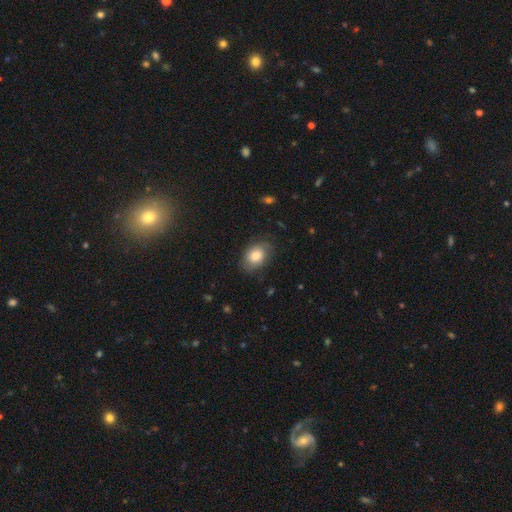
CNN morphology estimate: Smooth or featured? smooth (80%)
How rounded? in between (76%)
Merging? none (76%)